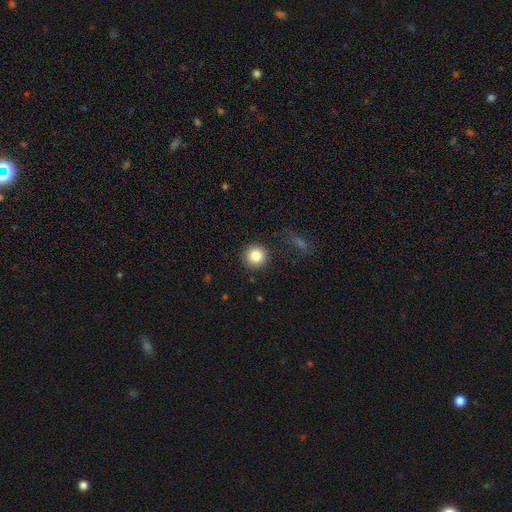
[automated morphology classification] The model was most divided on "smooth or featured": smooth: 84%, star or artifact: 10%, featured or disk: 6%. More confident: how rounded — round (95%); merging — none (89%).